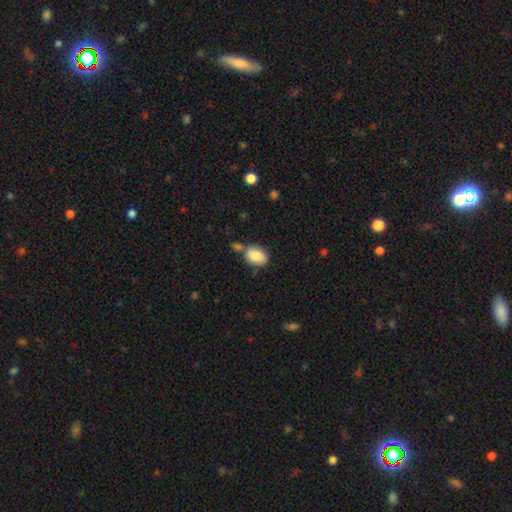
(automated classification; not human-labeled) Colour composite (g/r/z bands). It shows a smooth galaxy with no disk features (82%) that is in between round and cigar-shaped (75%). Merging: none (55%).